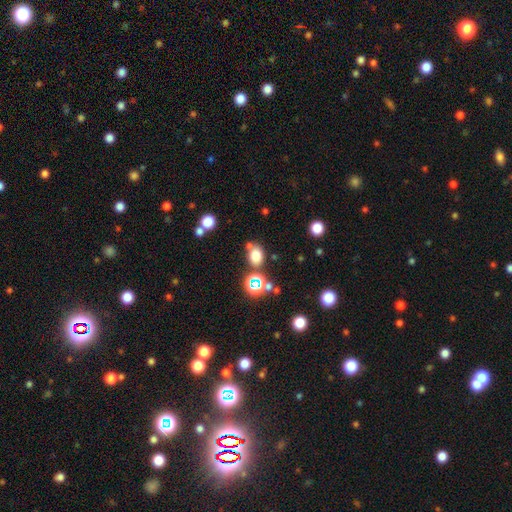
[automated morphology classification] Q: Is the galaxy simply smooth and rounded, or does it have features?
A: smooth — 73%.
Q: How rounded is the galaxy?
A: in between — 57%.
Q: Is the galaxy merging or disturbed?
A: none — 64%.